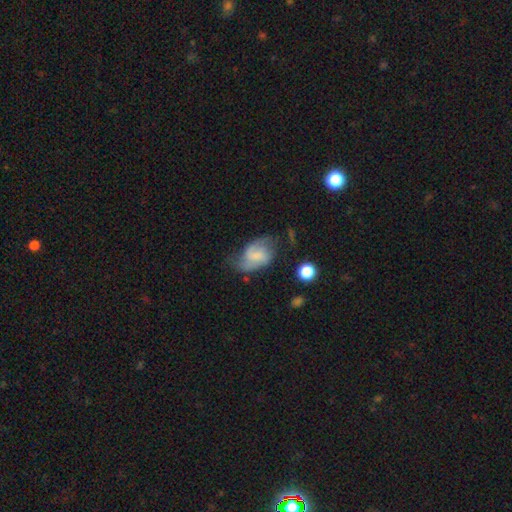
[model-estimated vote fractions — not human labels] The model was most divided on "bulge size": none: 41%, small: 33%, moderate: 19%, large: 5%, dominant: 2%. Remaining: edge-on disk — no (97%); spiral arms — yes (87%); smooth or featured — featured or disk (59%); bar — weak (52%); merging — none (47%).